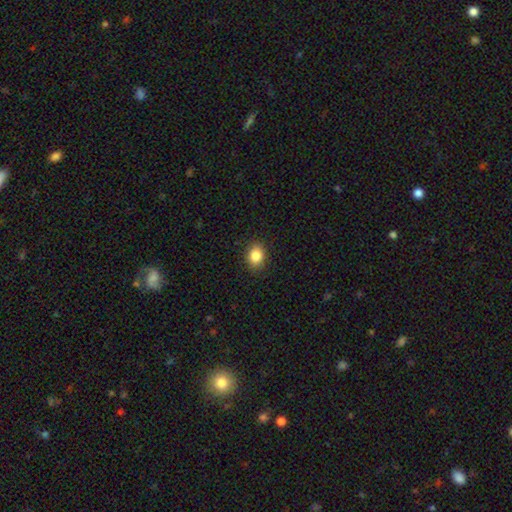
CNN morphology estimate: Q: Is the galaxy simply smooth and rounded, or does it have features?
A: smooth — 86%.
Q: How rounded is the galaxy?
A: in between — 60%.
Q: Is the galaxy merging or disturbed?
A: none — 89%.